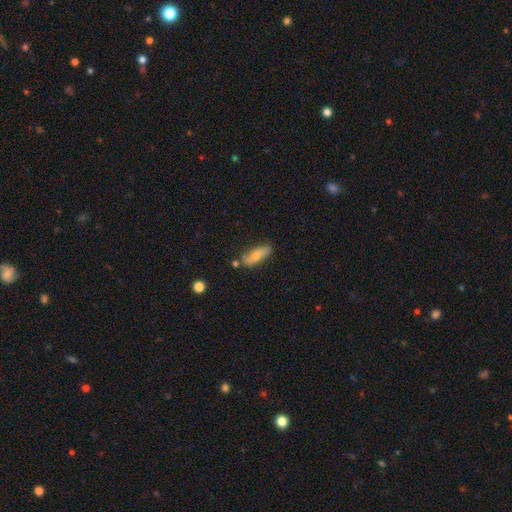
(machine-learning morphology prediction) Smooth or featured? Predicted: smooth (p=0.65). How rounded? Predicted: in between (p=0.54). Merging? Predicted: none (p=0.67).